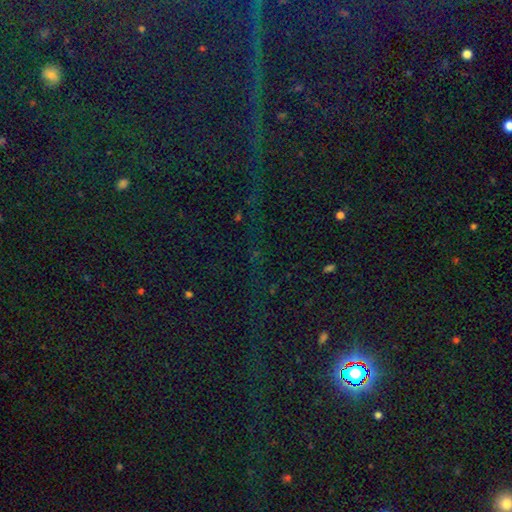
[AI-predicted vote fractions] This is clearly a star or artifact rather than a galaxy (85%).